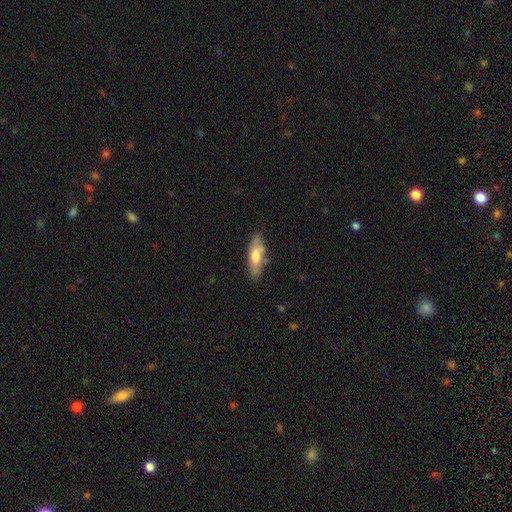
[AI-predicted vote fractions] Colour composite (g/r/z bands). It shows a smooth galaxy with no disk features (65%) that is in between round and cigar-shaped (52%). Merging: none (72%).